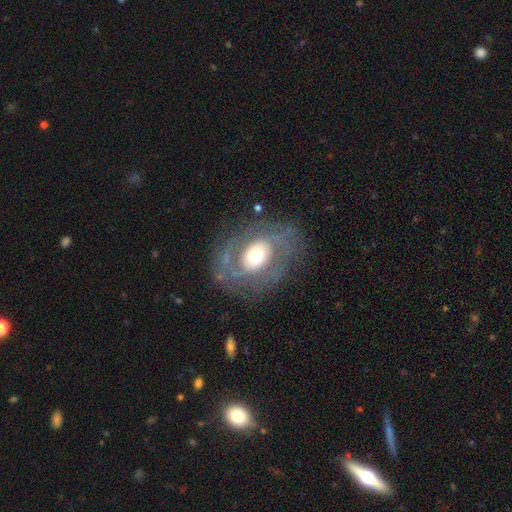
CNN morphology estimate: The model was most divided on "spiral winding": medium: 43%, tight: 38%, loose: 19%. More confident: edge-on disk — no (96%); spiral arms — yes (73%); smooth or featured — featured or disk (72%); spiral arm count — 2 (72%); merging — none (72%); bar — no (64%); bulge size — moderate (53%).